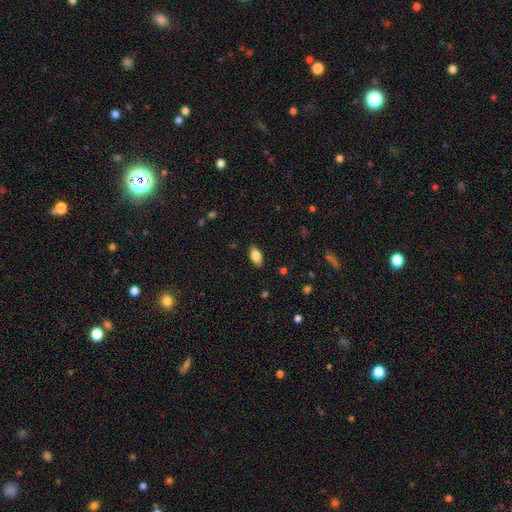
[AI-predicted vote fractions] Smooth or featured?
  - smooth: 83% *
  - featured or disk: 9%
  - star or artifact: 8%
How rounded?
  - in between: 91% *
  - round: 5%
  - cigar-shaped: 4%
Merging?
  - none: 87% *
  - minor disturbance: 10%
  - major disturbance: 2%
  - merger: 1%